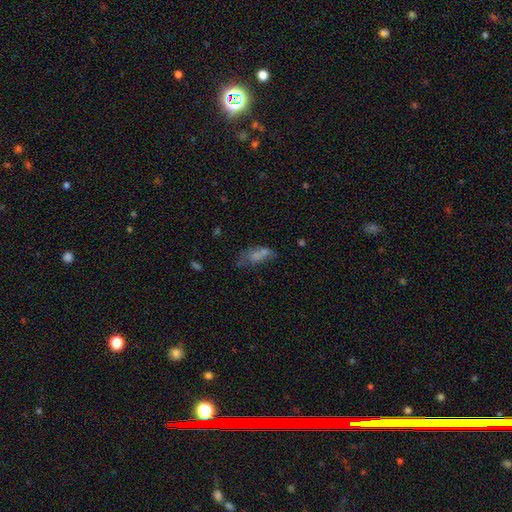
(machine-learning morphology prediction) Q: Smooth or featured?
A: smooth (48%); runner-up: featured or disk (29%)
Q: Merging?
A: none (38%); runner-up: merger (28%)